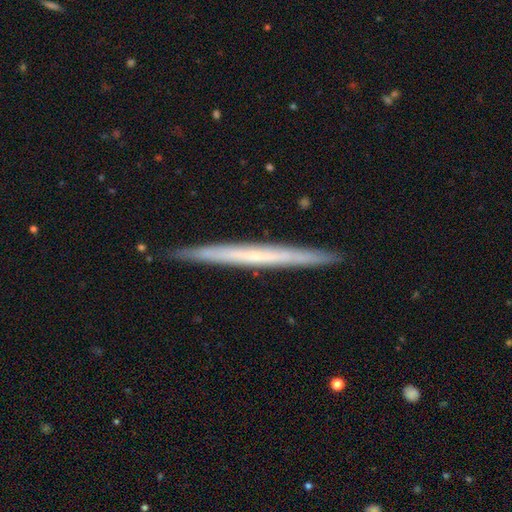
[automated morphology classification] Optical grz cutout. It shows a featured or disk galaxy (57%) viewed edge-on (96%) with no central bulge (86%). Merging: none (91%).